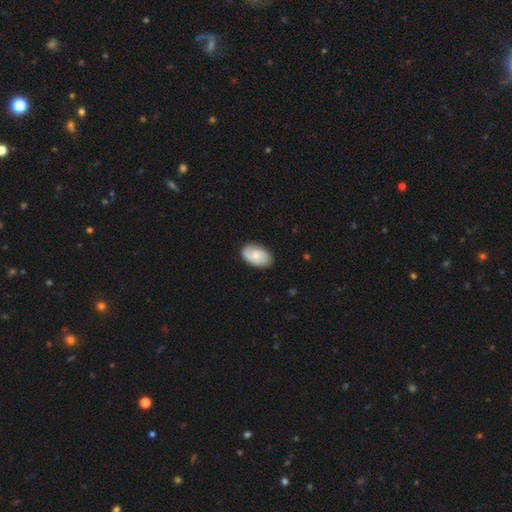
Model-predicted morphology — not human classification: Smooth or featured?
  - smooth: 59% *
  - featured or disk: 34%
  - star or artifact: 6%
How rounded?
  - in between: 91% *
  - round: 8%
  - cigar-shaped: 1%
Merging?
  - none: 79% *
  - minor disturbance: 16%
  - major disturbance: 4%
  - merger: 1%